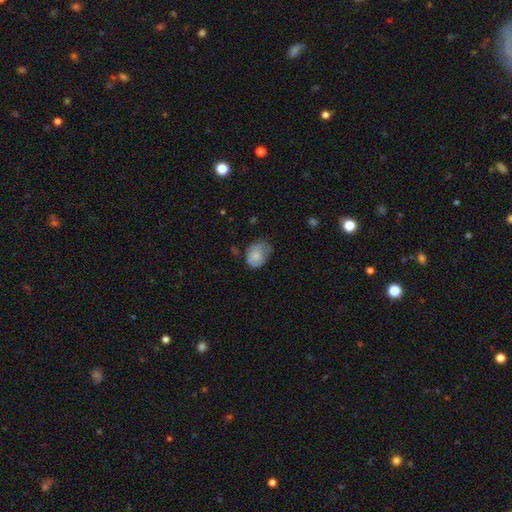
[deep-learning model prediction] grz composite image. It shows a smooth galaxy with no disk features (78%) that is in between round and cigar-shaped (66%). Merging: none (42%).